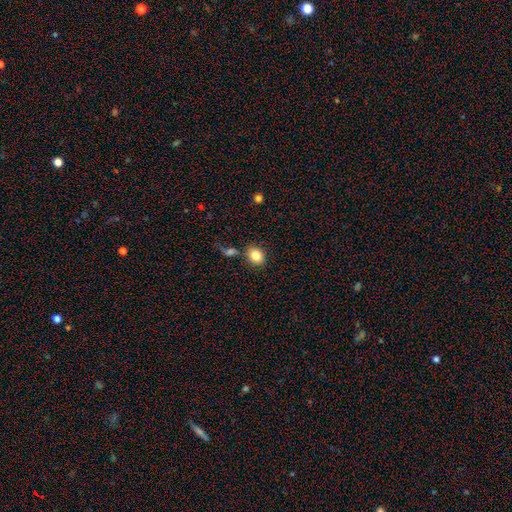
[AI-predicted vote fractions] Morphology: type=smooth (84%); roundness=round (54%); merging=none (76%).